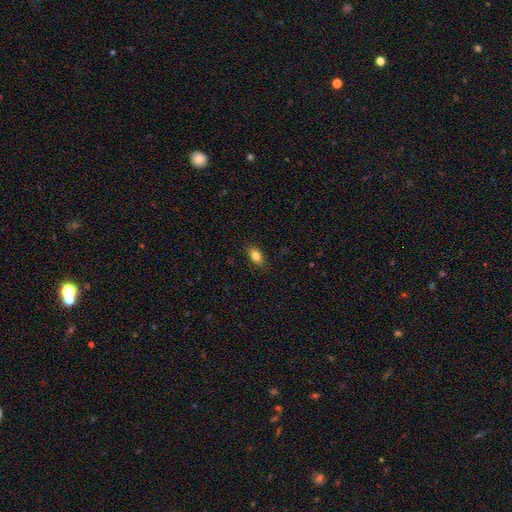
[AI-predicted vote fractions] Q: Smooth or featured?
A: smooth (82%); runner-up: featured or disk (10%)
Q: How rounded?
A: in between (86%); runner-up: round (9%)
Q: Merging?
A: none (85%); runner-up: minor disturbance (12%)